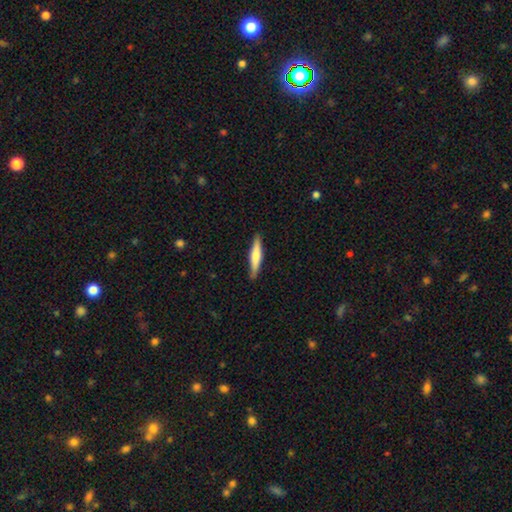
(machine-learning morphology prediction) type=smooth (57%); roundness=cigar-shaped (88%); merging=none (88%).